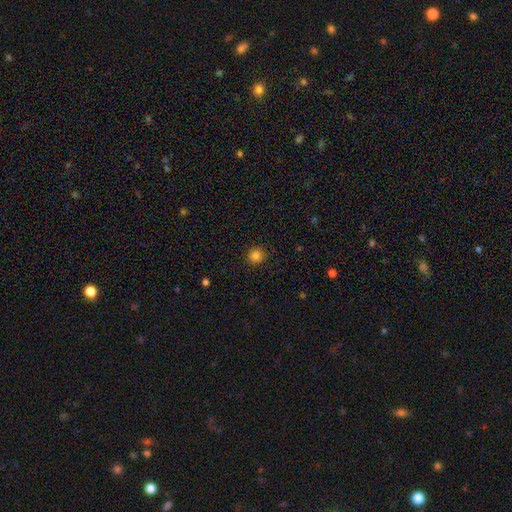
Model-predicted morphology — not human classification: smooth_or_featured: smooth (p=0.84) [alt: star or artifact p=0.13]
how_rounded: round (p=0.92) [alt: in between p=0.07]
merging: none (p=0.91) [alt: minor disturbance p=0.06]